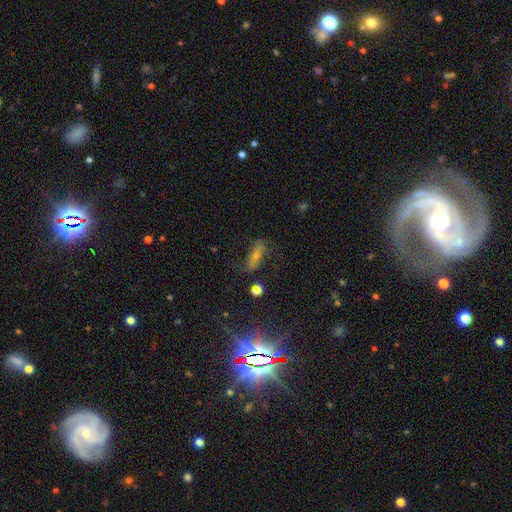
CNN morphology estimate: type=star or artifact (35%).